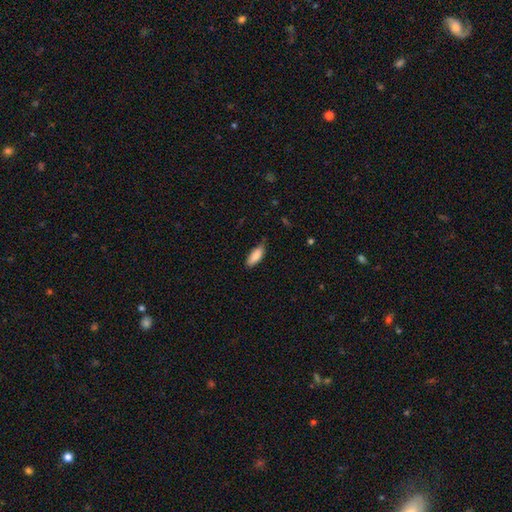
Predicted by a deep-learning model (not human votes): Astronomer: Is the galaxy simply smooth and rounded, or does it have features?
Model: smooth — 87%.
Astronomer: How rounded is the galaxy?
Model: in between — 78%.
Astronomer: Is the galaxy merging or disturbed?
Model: none — 71%.